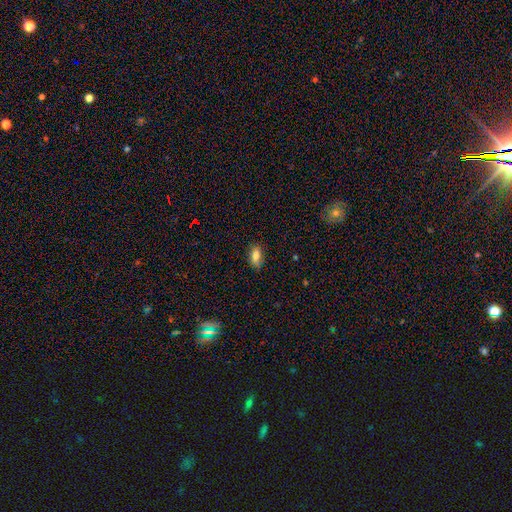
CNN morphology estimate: A smooth galaxy with no disk features (79%) that is in between round and cigar-shaped (87%).

Vote fractions:
- Smooth or featured? smooth: 79% / featured or disk: 13% / star or artifact: 9%
- How rounded? in between: 87% / cigar-shaped: 8% / round: 5%
- Merging? none: 80% / minor disturbance: 15% / major disturbance: 3% / merger: 1%